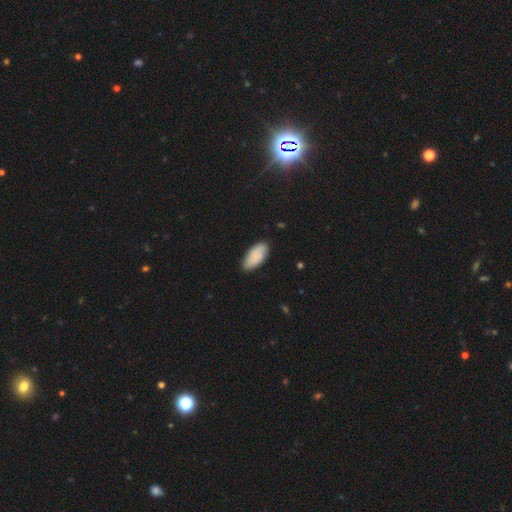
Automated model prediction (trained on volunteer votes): Smooth or featured? Predicted: smooth (p=0.85). How rounded? Predicted: in between (p=0.93). Merging? Predicted: none (p=0.83).